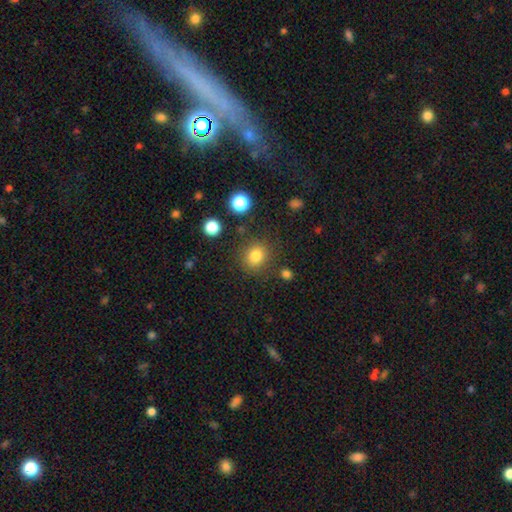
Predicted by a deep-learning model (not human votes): Morphology: type=smooth (81%); roundness=round (82%); merging=none (83%).